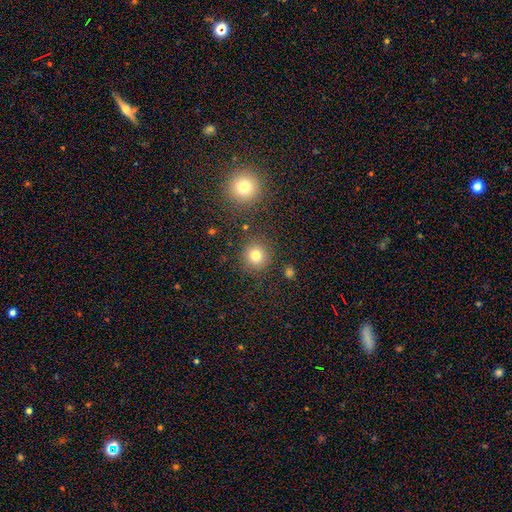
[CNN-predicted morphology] type=smooth (79%); roundness=round (93%); merging=none (86%).